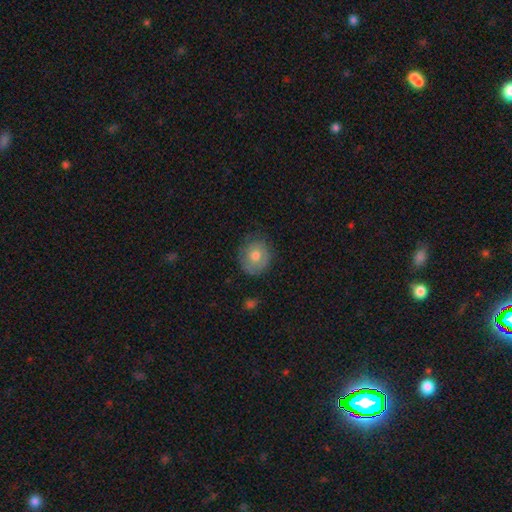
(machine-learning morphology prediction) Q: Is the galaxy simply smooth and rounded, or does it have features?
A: smooth — 66%.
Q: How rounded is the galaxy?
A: round — 83%.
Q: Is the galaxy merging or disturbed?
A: none — 72%.